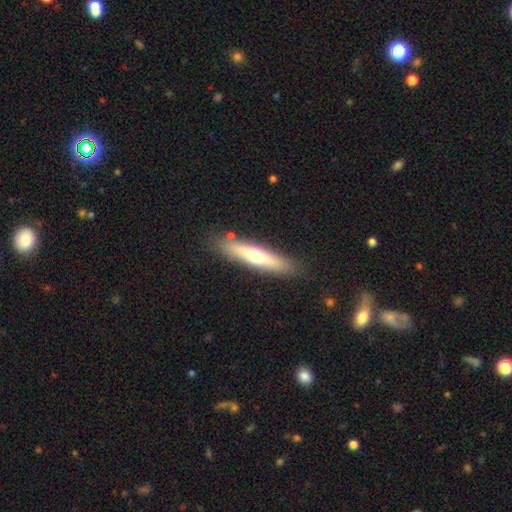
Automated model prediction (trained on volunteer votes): smooth-or-featured: smooth: 52% | featured or disk: 42% | star or artifact: 6%
  how-rounded: cigar-shaped: 82% | in between: 16% | round: 2%
  merging: none: 85% | minor disturbance: 10% | merger: 3% | major disturbance: 3%